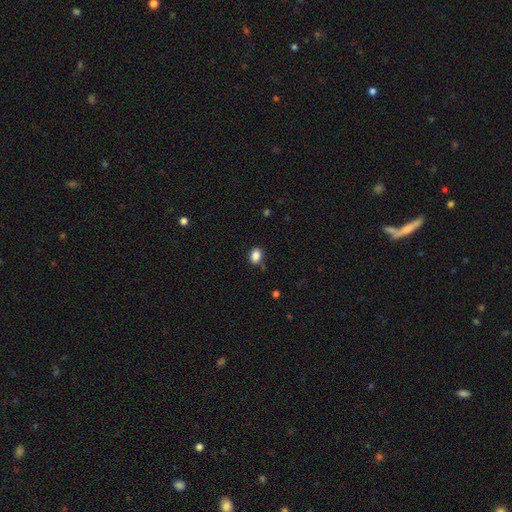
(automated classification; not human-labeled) smooth 87%, star or artifact 9%, featured or disk 4%. Down the decision tree: how rounded — in between (69%); merging — none (81%).